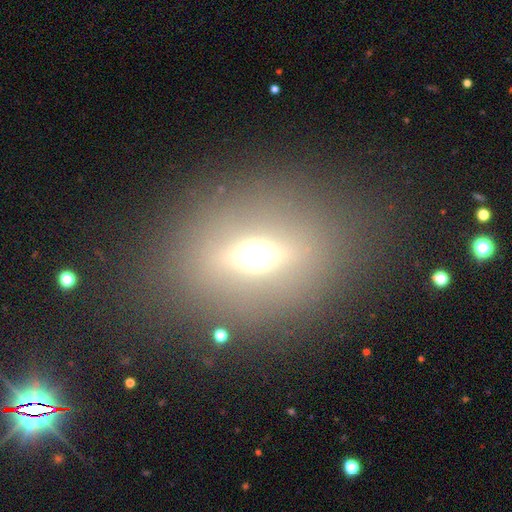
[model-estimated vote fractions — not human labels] A smooth galaxy with no disk features (40%). Merging: none (83%).